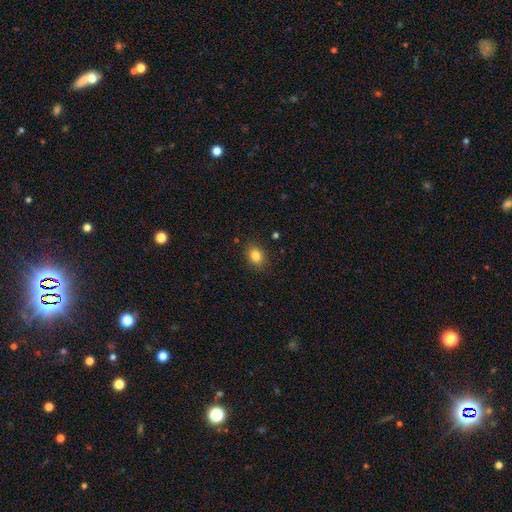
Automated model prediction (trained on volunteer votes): The model was most divided on "how rounded": in between: 53%, round: 46%, cigar-shaped: 1%. More confident: merging — none (87%); smooth or featured — smooth (83%).